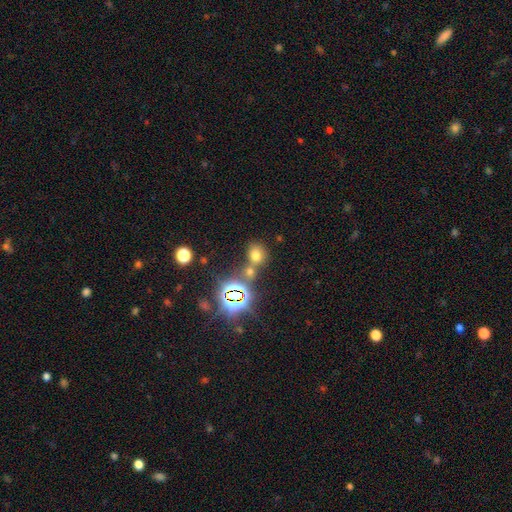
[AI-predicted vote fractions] Q: Smooth or featured?
A: smooth (61%); runner-up: star or artifact (30%)
Q: How rounded?
A: round (66%); runner-up: in between (33%)
Q: Merging?
A: none (60%); runner-up: merger (26%)